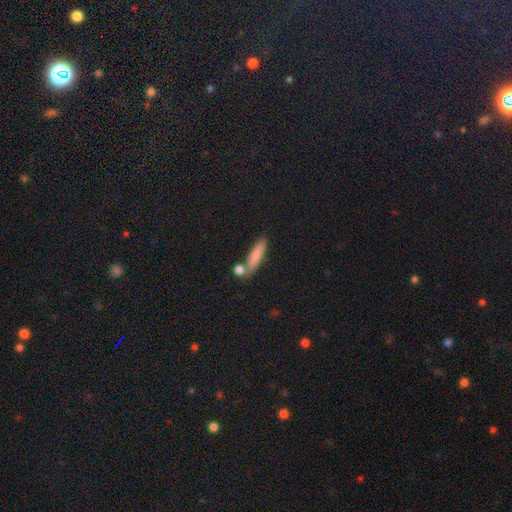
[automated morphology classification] smooth-or-featured: smooth: 81% | featured or disk: 12% | star or artifact: 7%
  how-rounded: cigar-shaped: 71% | in between: 26% | round: 3%
  merging: none: 67% | merger: 16% | minor disturbance: 13% | major disturbance: 4%